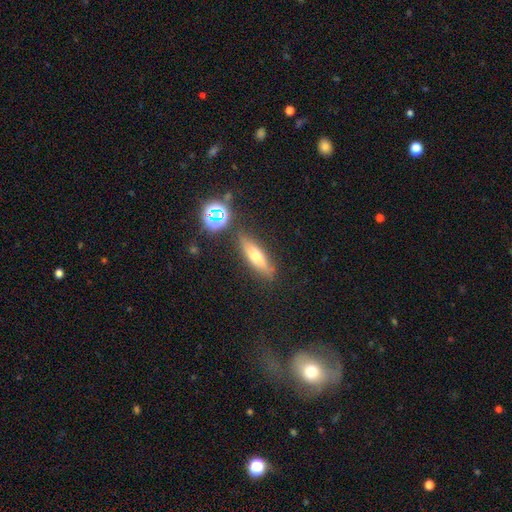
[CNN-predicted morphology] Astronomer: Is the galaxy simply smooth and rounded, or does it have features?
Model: smooth — 52% (runner-up: featured or disk, 32%).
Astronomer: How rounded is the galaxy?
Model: cigar-shaped — 65%.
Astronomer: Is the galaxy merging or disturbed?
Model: none — 83%.